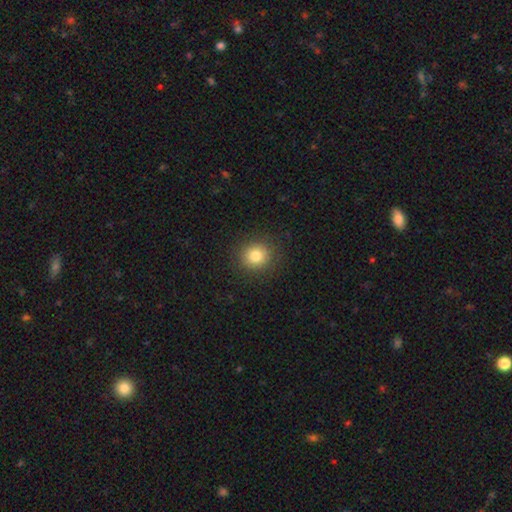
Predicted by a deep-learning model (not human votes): Q: Smooth or featured?
A: smooth (82%); runner-up: star or artifact (11%)
Q: How rounded?
A: round (87%); runner-up: in between (12%)
Q: Merging?
A: none (89%); runner-up: minor disturbance (7%)